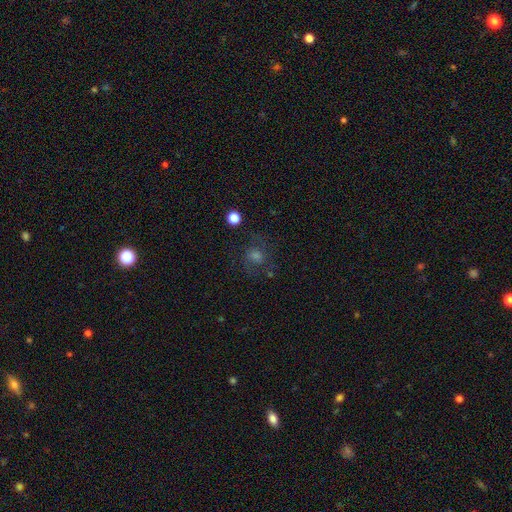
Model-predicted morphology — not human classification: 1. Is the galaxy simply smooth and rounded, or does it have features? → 37% smooth, 36% featured or disk, 27% star or artifact.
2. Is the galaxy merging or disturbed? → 72% none, 15% minor disturbance, 11% major disturbance, 3% merger.